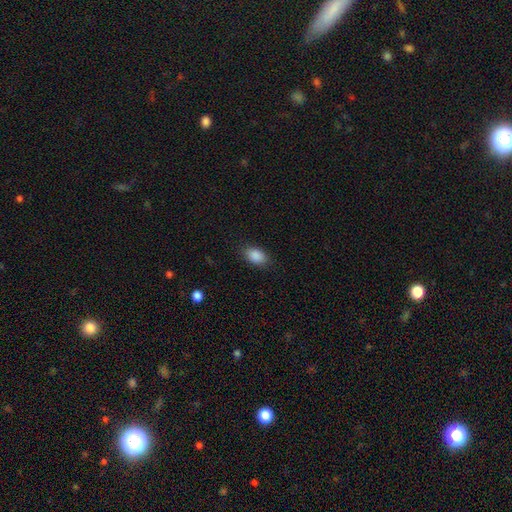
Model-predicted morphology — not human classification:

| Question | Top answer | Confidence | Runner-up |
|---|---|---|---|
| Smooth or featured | smooth | 89% | star or artifact (8%) |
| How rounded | in between | 88% | round (10%) |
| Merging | none | 85% | minor disturbance (11%) |